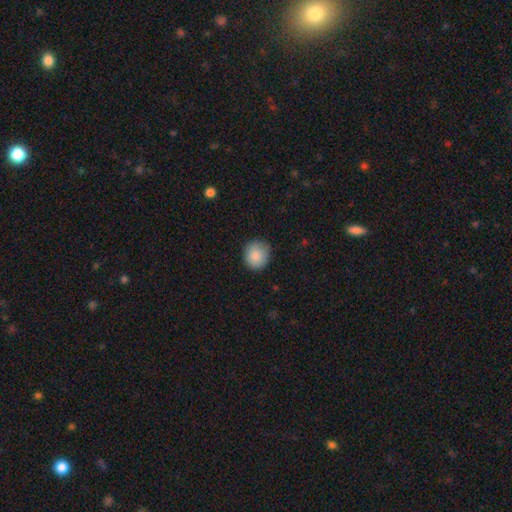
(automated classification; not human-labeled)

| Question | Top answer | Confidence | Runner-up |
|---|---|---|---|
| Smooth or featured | smooth | 86% | star or artifact (8%) |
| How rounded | round | 88% | in between (11%) |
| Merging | none | 83% | minor disturbance (13%) |